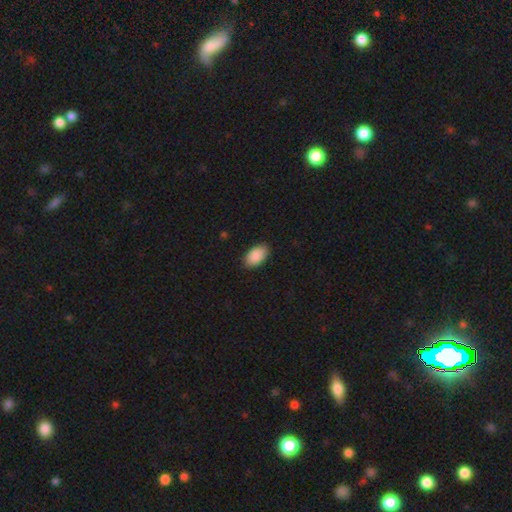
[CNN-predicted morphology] Q: Smooth or featured?
A: smooth (90%); runner-up: star or artifact (6%)
Q: How rounded?
A: in between (94%); runner-up: round (4%)
Q: Merging?
A: none (86%); runner-up: minor disturbance (11%)